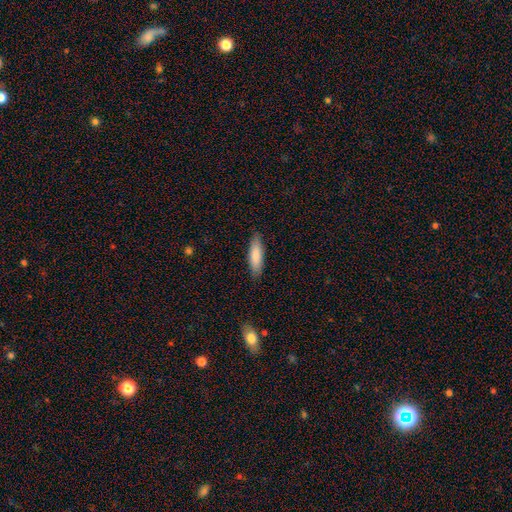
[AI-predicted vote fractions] Smooth or featured? Predicted: smooth (p=0.83). How rounded? Predicted: cigar-shaped (p=0.61). Merging? Predicted: none (p=0.87).